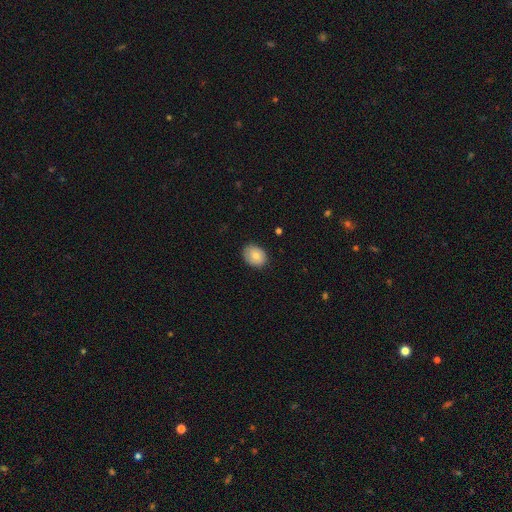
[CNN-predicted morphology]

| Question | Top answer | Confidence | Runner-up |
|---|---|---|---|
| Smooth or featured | smooth | 81% | featured or disk (12%) |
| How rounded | in between | 63% | round (36%) |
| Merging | none | 84% | minor disturbance (13%) |